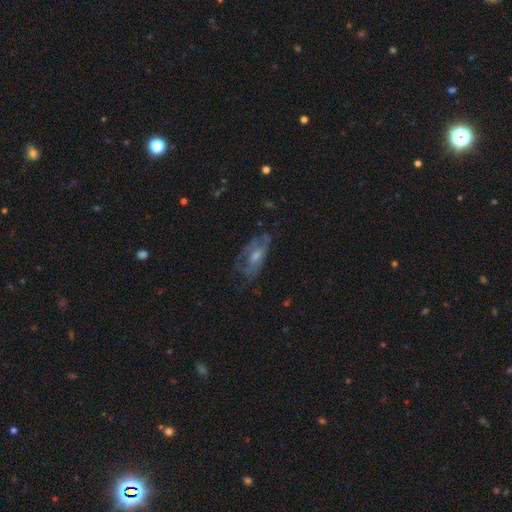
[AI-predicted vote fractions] Morphology: type=featured or disk (65%); edge-on=no (89%); bar=no (62%); spiral arms=yes (64%); bulge=moderate (49%); merging=none (59%).